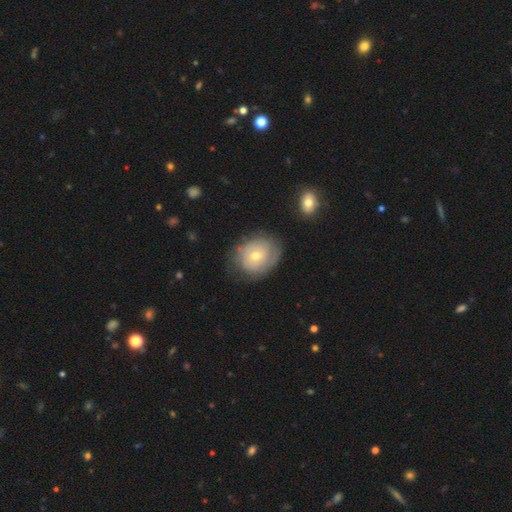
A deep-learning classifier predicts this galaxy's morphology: Smooth or featured? Predicted: featured or disk (p=0.51). Edge-on disk? Predicted: no (p=0.96). Merging? Predicted: none (p=0.67).